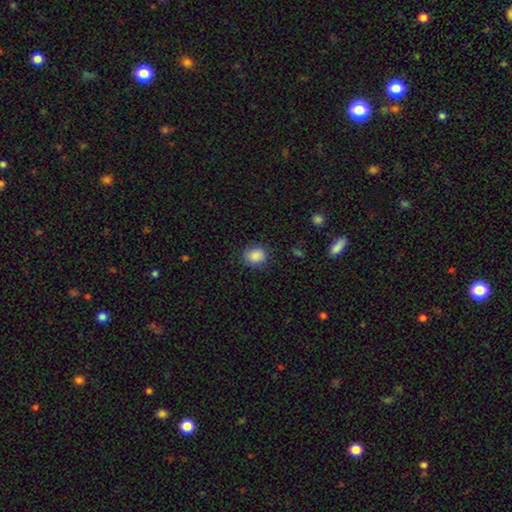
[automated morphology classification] Overall: smooth (88%). How rounded: round (66%; in between 33%). Merging: none (84%).